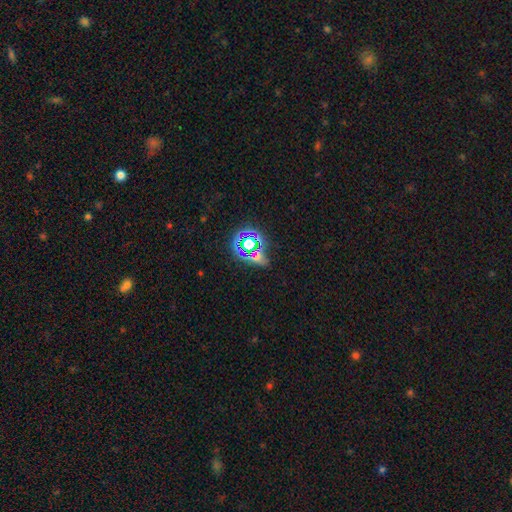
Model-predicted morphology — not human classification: smooth-or-featured: star or artifact: 58% | smooth: 30% | featured or disk: 12%